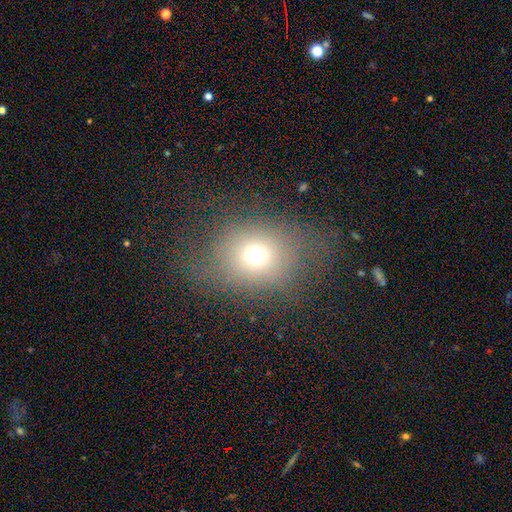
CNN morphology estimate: Q: Smooth or featured?
A: smooth (65%); runner-up: star or artifact (20%)
Q: How rounded?
A: round (65%); runner-up: in between (34%)
Q: Merging?
A: none (61%); runner-up: minor disturbance (19%)